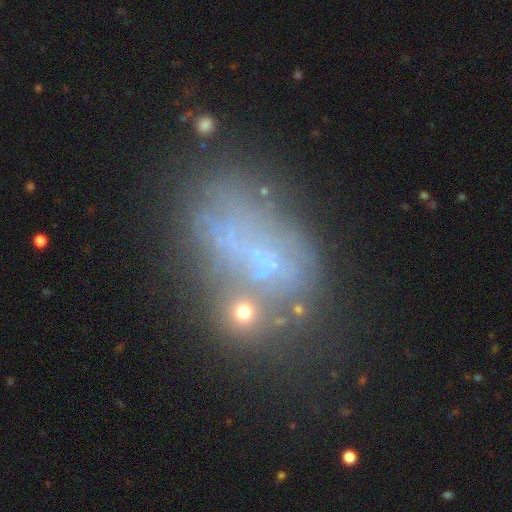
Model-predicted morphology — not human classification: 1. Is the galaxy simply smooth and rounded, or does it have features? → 46% featured or disk, 31% smooth, 23% star or artifact.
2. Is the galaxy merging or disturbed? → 34% none, 27% major disturbance, 19% merger, 19% minor disturbance.